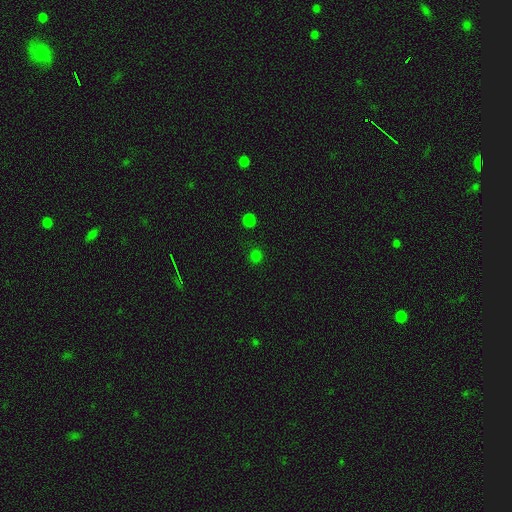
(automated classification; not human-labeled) A smooth galaxy with no disk features (72%) that is round (91%). Merging: none (88%).